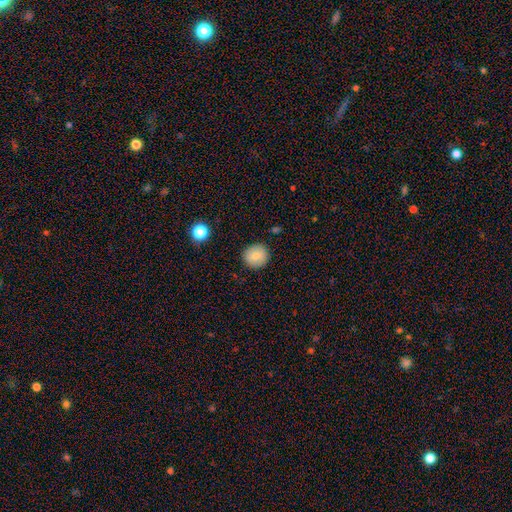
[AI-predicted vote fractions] This appears to be a smooth galaxy with no disk features (81%) that is round (91%). Merging: none (90%).